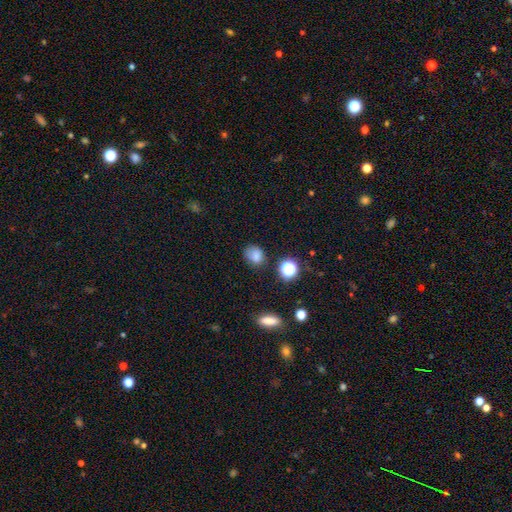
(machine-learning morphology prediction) type=smooth (78%); roundness=round (56%); merging=none (69%).